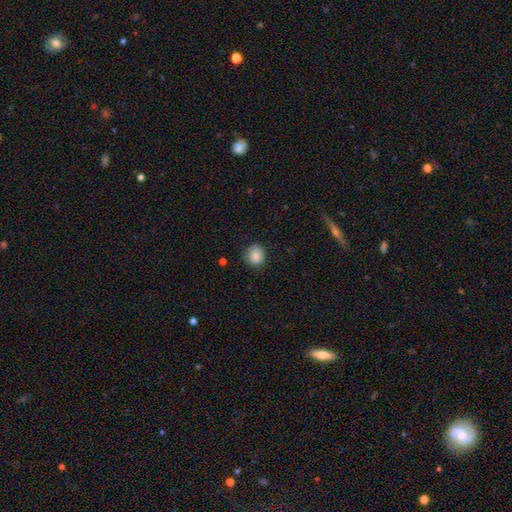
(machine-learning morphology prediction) Overall: smooth (87%). How rounded: round (77%). Merging: none (79%).